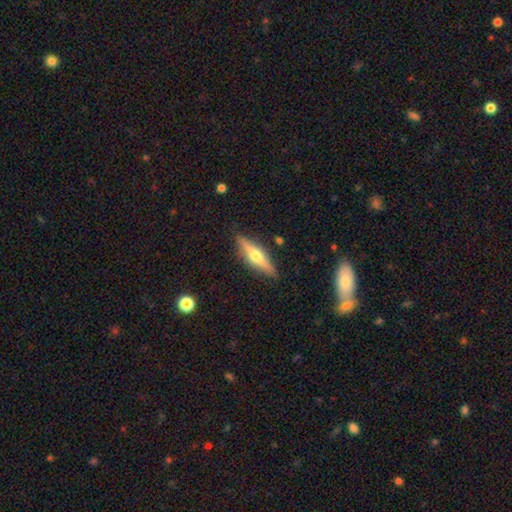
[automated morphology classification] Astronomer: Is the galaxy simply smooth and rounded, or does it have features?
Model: featured or disk — 65%.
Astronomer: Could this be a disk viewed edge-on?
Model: yes — 96%.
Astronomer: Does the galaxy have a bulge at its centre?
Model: rounded — 90%.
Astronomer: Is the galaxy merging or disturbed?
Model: none — 88%.